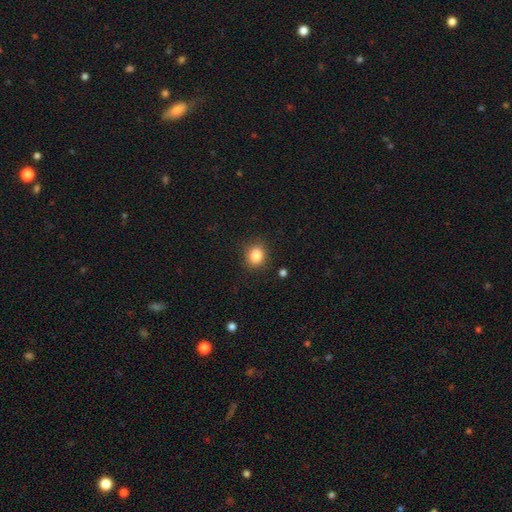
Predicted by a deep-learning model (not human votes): Overall: smooth (85%). How rounded: round (64%; in between 35%). Merging: none (86%).